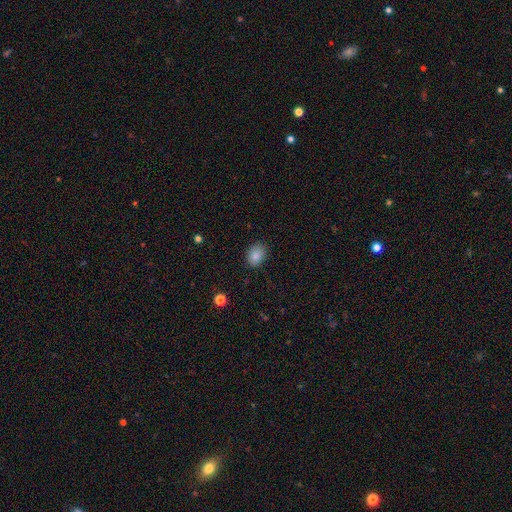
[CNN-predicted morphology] Q: Smooth or featured?
A: smooth (85%); runner-up: star or artifact (10%)
Q: How rounded?
A: in between (68%); runner-up: round (31%)
Q: Merging?
A: none (84%); runner-up: minor disturbance (12%)